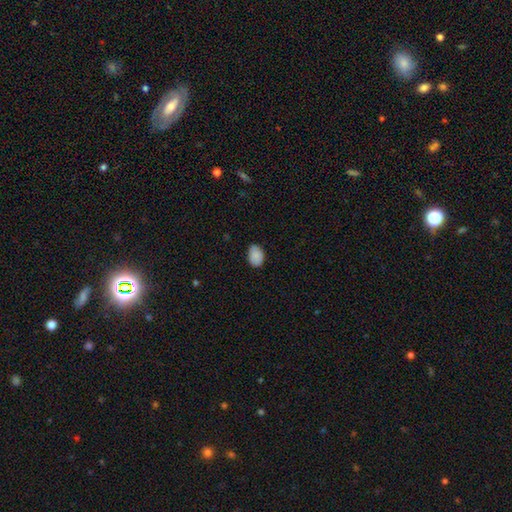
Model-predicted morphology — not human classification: Smooth or featured? Predicted: smooth (p=0.88). How rounded? Predicted: in between (p=0.84). Merging? Predicted: none (p=0.80).